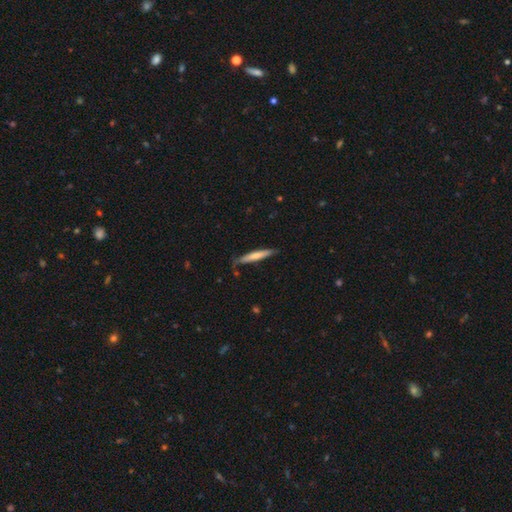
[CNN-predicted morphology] This is likely a smooth galaxy (63%). How rounded: clearly cigar-shaped (93%). Merging: likely none (79%).